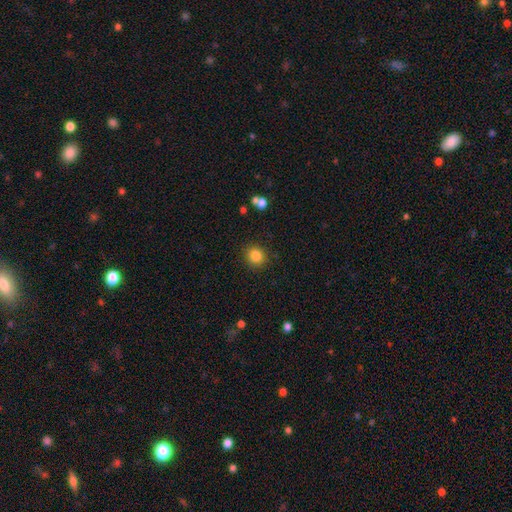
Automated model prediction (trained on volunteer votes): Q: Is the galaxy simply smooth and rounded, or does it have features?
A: smooth — 84%.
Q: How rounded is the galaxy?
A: round — 88%.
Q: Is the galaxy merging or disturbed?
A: none — 89%.